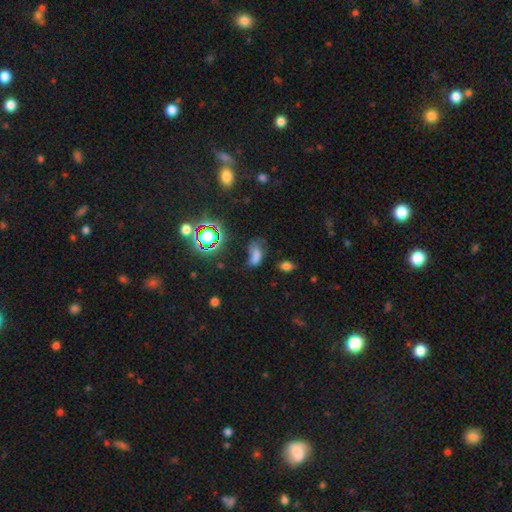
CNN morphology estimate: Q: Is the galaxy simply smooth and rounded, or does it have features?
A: smooth — 55%.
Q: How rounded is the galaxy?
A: in between — 84%.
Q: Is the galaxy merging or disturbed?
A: none — 31%.